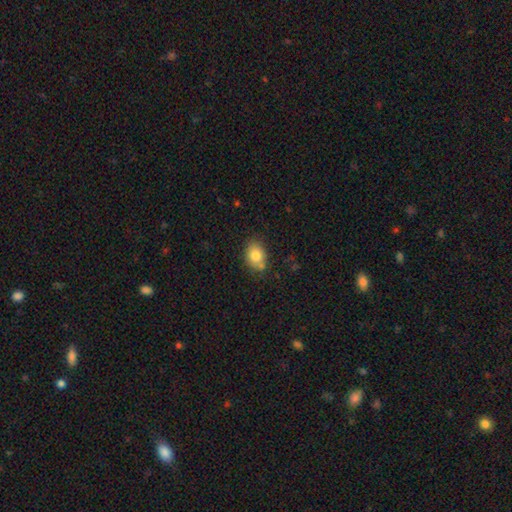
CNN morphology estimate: Q: Smooth or featured?
A: smooth (82%); runner-up: featured or disk (10%)
Q: How rounded?
A: in between (67%); runner-up: round (32%)
Q: Merging?
A: none (72%); runner-up: minor disturbance (17%)